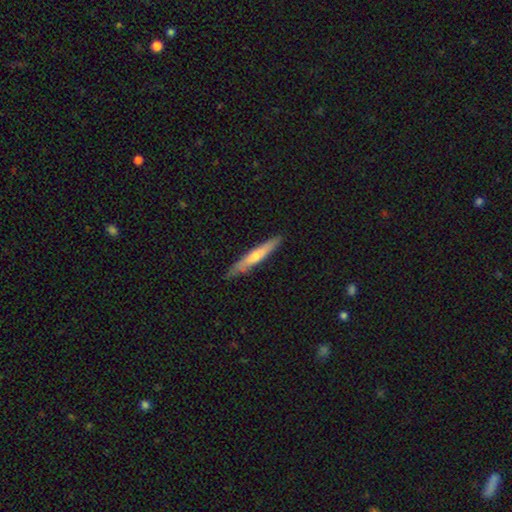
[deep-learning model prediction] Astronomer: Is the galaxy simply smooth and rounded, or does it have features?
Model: smooth — 56% (runner-up: featured or disk, 39%).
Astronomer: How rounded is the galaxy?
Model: cigar-shaped — 94%.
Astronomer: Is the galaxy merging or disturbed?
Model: none — 83%.